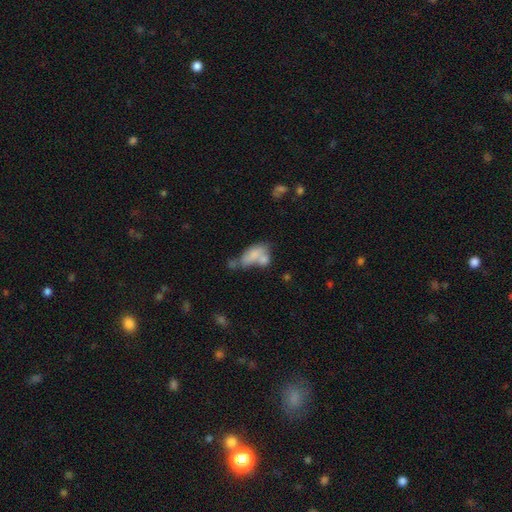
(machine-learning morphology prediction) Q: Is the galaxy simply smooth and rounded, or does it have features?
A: smooth — 65%.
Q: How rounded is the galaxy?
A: in between — 85%.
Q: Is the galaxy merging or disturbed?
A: merger — 51%.